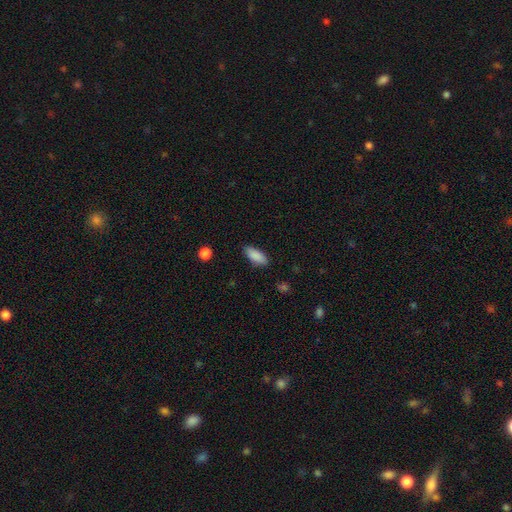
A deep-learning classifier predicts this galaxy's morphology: Overall: smooth (88%). How rounded: in between (80%). Merging: none (84%).